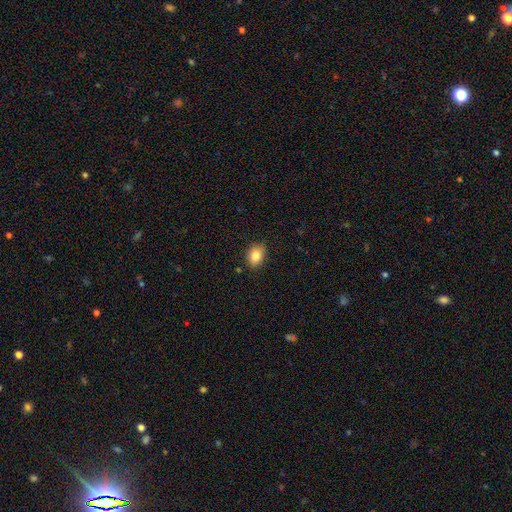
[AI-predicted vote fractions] The model was most divided on "how rounded": in between: 69%, round: 30%, cigar-shaped: 1%. More confident: smooth or featured — smooth (85%); merging — none (83%).